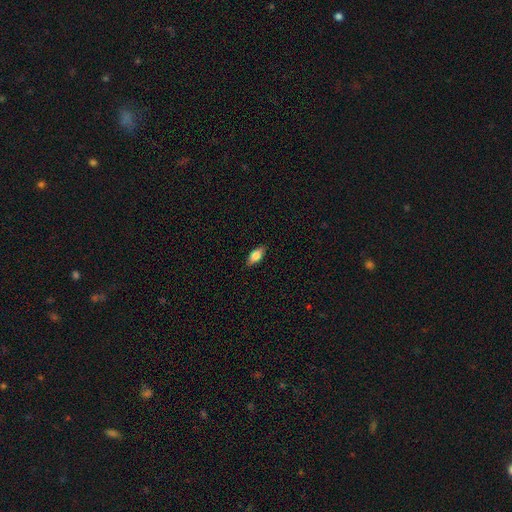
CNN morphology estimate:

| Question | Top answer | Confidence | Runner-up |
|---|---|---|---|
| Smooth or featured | smooth | 80% | featured or disk (14%) |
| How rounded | in between | 86% | cigar-shaped (10%) |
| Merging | none | 87% | minor disturbance (10%) |